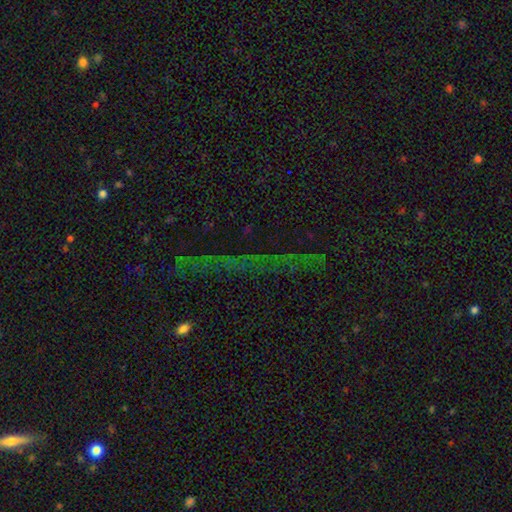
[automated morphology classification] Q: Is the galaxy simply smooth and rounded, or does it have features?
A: star or artifact — 75%.